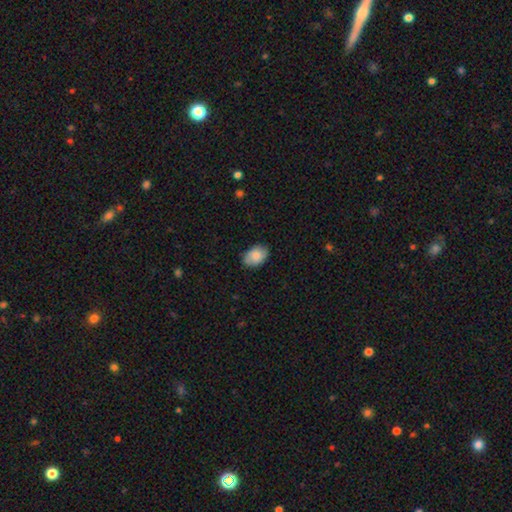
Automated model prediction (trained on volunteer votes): smooth-or-featured: smooth: 83% | featured or disk: 11% | star or artifact: 7%
  how-rounded: in between: 85% | round: 14% | cigar-shaped: 1%
  merging: none: 80% | minor disturbance: 16% | major disturbance: 3% | merger: 1%